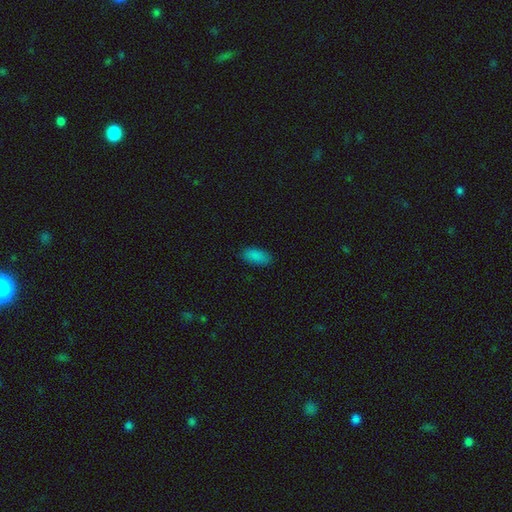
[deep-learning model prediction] Smooth or featured? Predicted: smooth (p=0.87). How rounded? Predicted: in between (p=0.91). Merging? Predicted: none (p=0.86).